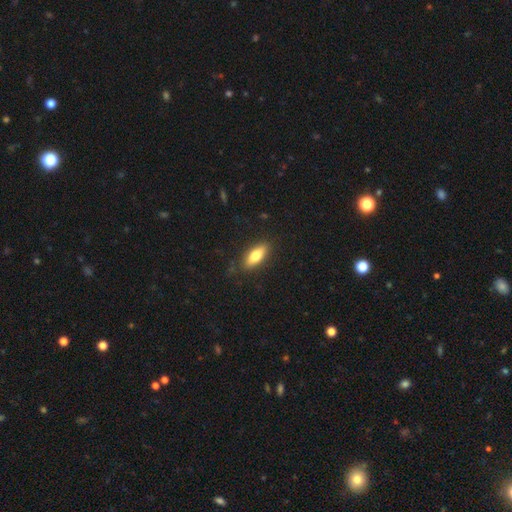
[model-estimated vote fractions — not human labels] A smooth galaxy with no disk features (71%) that is in between round and cigar-shaped (70%). Merging: none (86%).